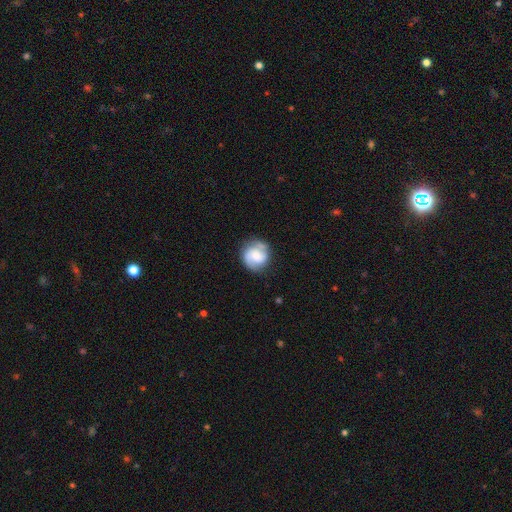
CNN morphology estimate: Smooth or featured? featured or disk (64%)
Edge-on disk? no (98%)
Bar? no (51%)
Spiral arms? yes (93%)
Spiral winding? medium (45%)
Spiral arm count? 2 (82%)
Bulge size? moderate (39%)
Merging? none (77%)